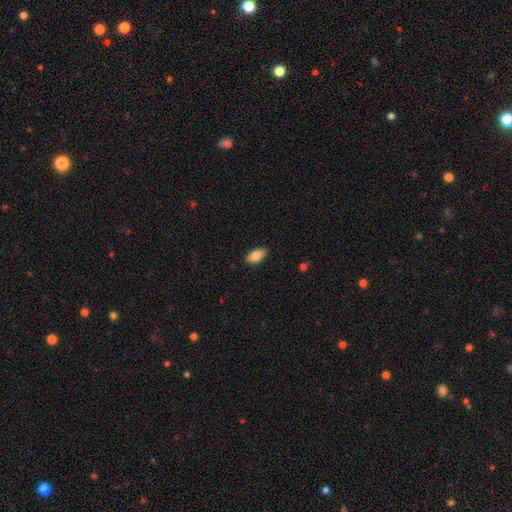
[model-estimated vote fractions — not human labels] Smooth or featured? smooth (83%)
How rounded? in between (92%)
Merging? none (88%)